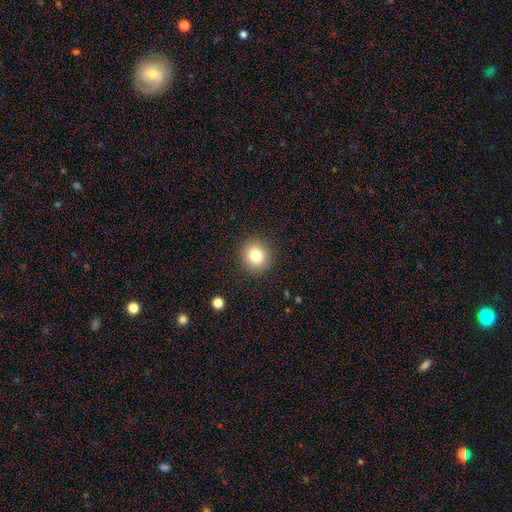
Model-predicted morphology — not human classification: smooth 80%, star or artifact 11%, featured or disk 9%. Down the decision tree: how rounded — round (89%); merging — none (90%).